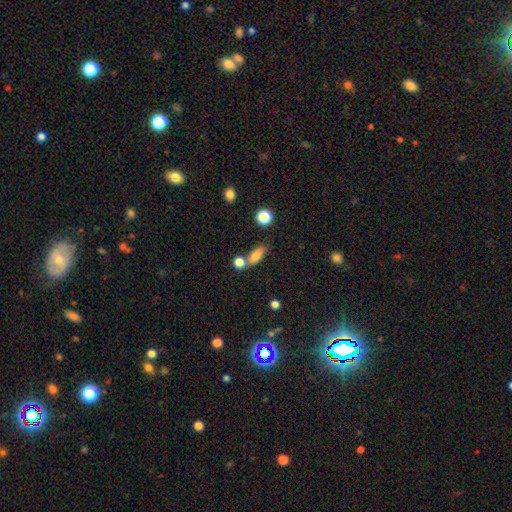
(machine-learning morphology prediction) Smooth or featured: smooth — 77% (featured or disk — 12%)
How rounded: in between — 70% (cigar-shaped — 20%)
Merging: none — 58% (merger — 22%)